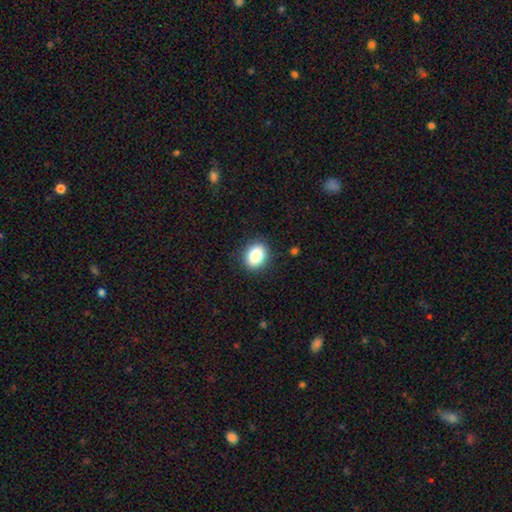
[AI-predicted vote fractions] This appears to be a smooth galaxy with no disk features (84%) that is in between round and cigar-shaped (51%). Merging: none (89%).